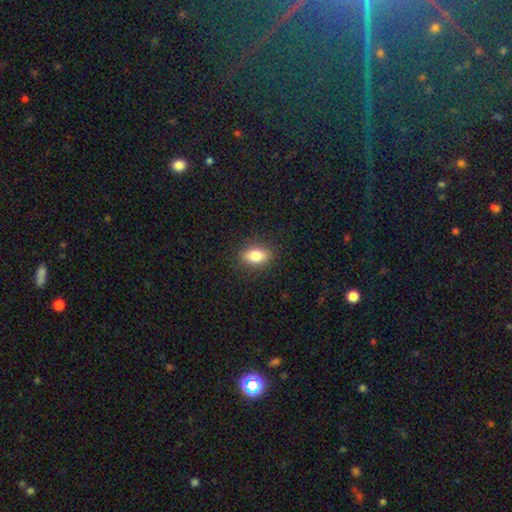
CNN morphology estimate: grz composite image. It shows a smooth galaxy with no disk features (79%) that is in between round and cigar-shaped (82%). Merging: none (88%).